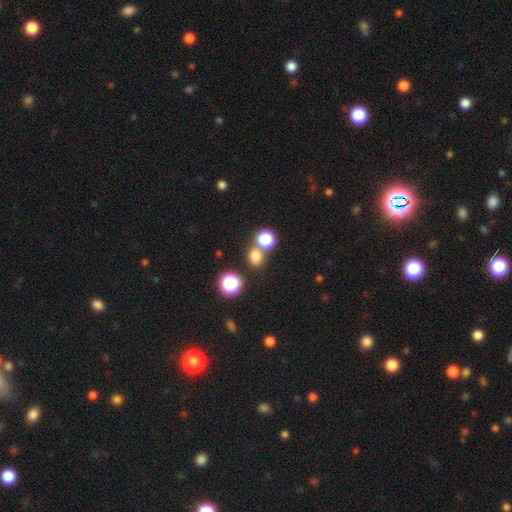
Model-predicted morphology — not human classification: Overall: smooth (74%). How rounded: round (71%). Merging: none (63%; merger 26%).